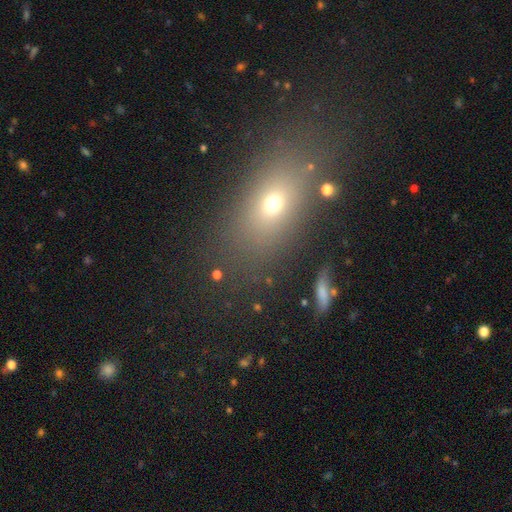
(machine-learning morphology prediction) The model was most divided on "smooth or featured": smooth: 60%, star or artifact: 24%, featured or disk: 16%. More confident: merging — none (81%); how rounded — in between (70%).